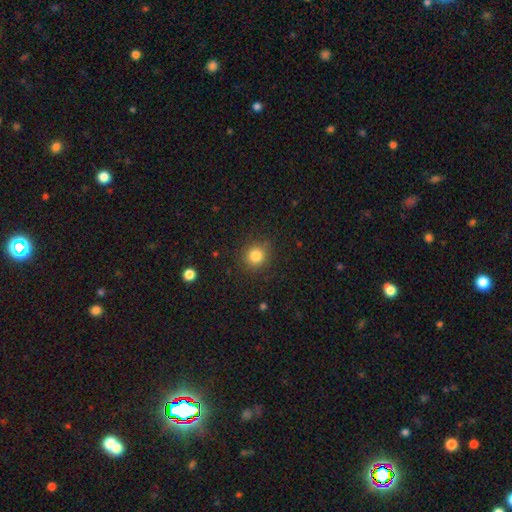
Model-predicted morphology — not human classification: smooth 83%, star or artifact 11%, featured or disk 5%. Down the decision tree: how rounded — round (89%); merging — none (87%).